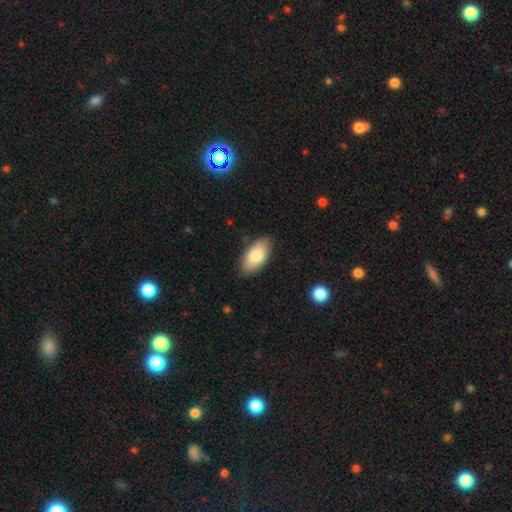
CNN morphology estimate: Q: Smooth or featured?
A: smooth (82%); runner-up: featured or disk (13%)
Q: How rounded?
A: in between (94%); runner-up: cigar-shaped (3%)
Q: Merging?
A: none (81%); runner-up: minor disturbance (15%)